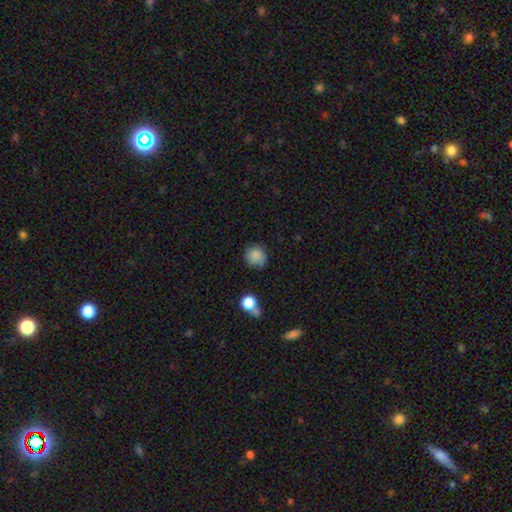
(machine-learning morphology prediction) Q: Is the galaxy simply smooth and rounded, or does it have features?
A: smooth — 86%.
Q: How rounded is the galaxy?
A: round — 88%.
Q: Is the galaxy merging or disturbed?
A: none — 79%.